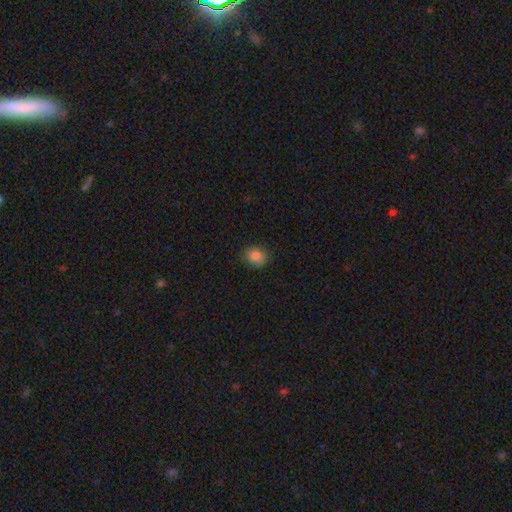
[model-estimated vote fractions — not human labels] Smooth or featured?
  - smooth: 85% *
  - star or artifact: 10%
  - featured or disk: 5%
How rounded?
  - round: 56% *
  - in between: 43%
  - cigar-shaped: 1%
Merging?
  - none: 80% *
  - minor disturbance: 16%
  - major disturbance: 3%
  - merger: 1%